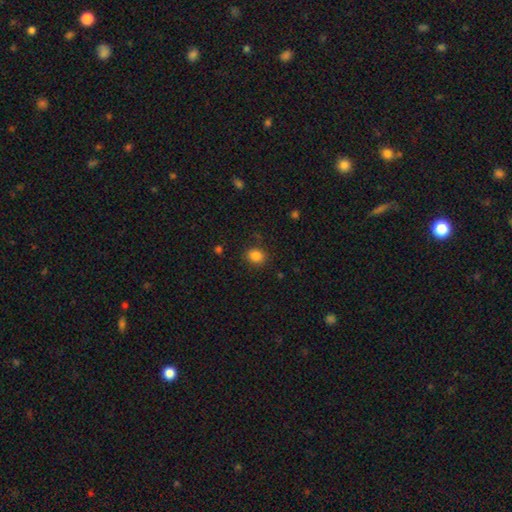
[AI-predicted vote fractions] Q: Smooth or featured?
A: smooth (84%); runner-up: star or artifact (11%)
Q: How rounded?
A: round (58%); runner-up: in between (41%)
Q: Merging?
A: none (83%); runner-up: minor disturbance (12%)